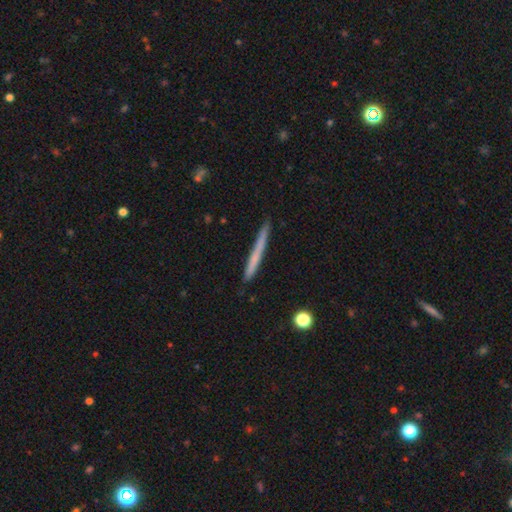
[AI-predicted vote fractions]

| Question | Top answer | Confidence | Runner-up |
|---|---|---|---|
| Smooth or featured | smooth | 57% | featured or disk (37%) |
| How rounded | cigar-shaped | 97% | in between (2%) |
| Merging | none | 89% | minor disturbance (8%) |